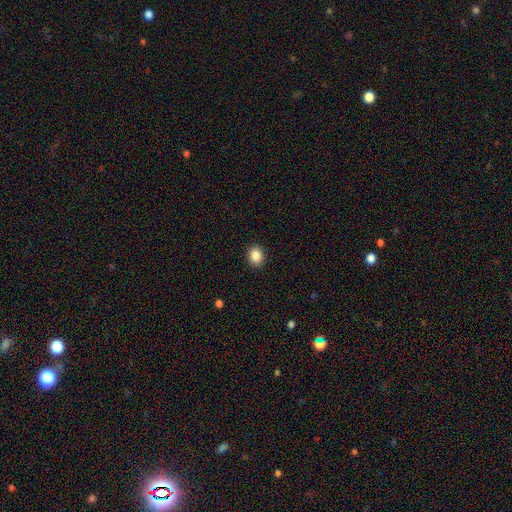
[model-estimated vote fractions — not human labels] Morphology: type=smooth (87%); roundness=round (59%); merging=none (91%).